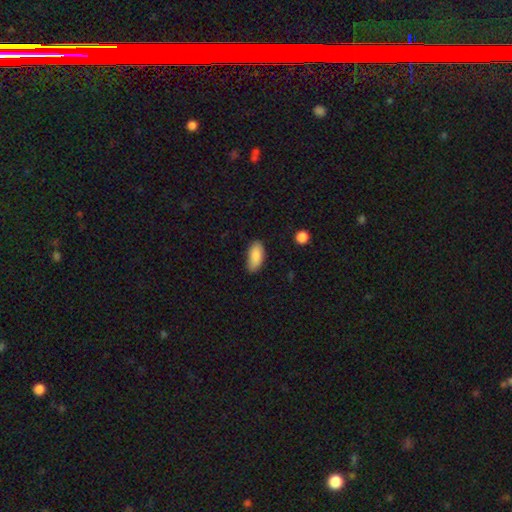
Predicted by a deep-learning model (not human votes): smooth 86%, featured or disk 7%, star or artifact 7%. Down the decision tree: how rounded — in between (90%); merging — none (76%).